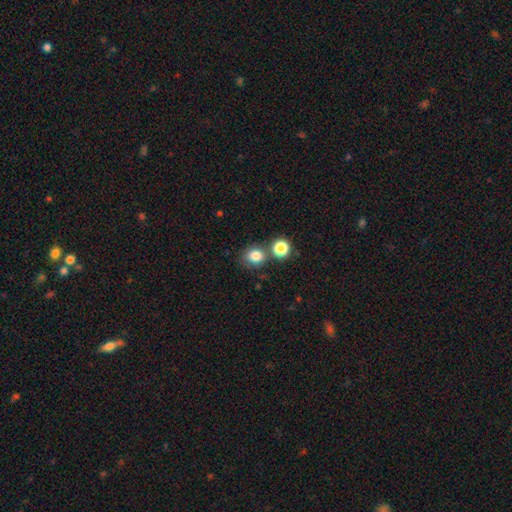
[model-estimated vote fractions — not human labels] This appears to be a smooth galaxy with no disk features (81%) that is round (75%). Merging: none (67%).